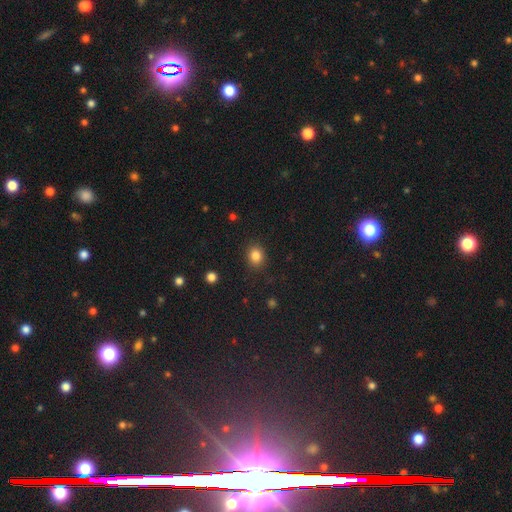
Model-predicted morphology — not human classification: Smooth or featured? smooth (83%)
How rounded? round (72%)
Merging? none (89%)